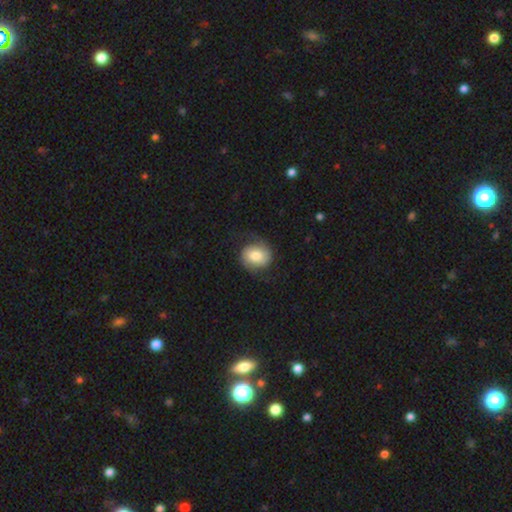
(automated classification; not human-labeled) smooth-or-featured: smooth: 54% | featured or disk: 39% | star or artifact: 7%
  how-rounded: round: 70% | in between: 29% | cigar-shaped: 1%
  merging: none: 69% | minor disturbance: 17% | major disturbance: 12% | merger: 1%